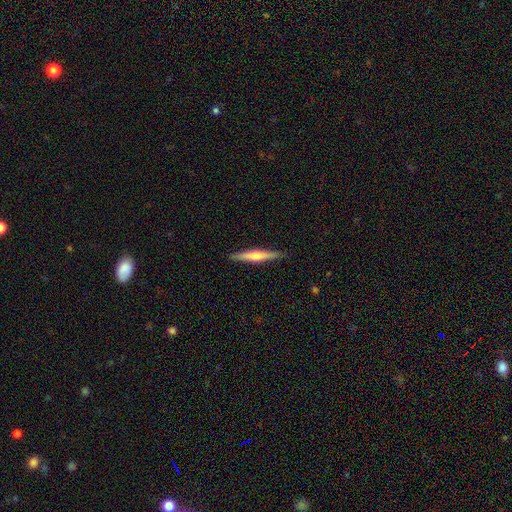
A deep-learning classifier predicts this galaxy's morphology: Smooth or featured? featured or disk (56%)
Edge-on disk? yes (97%)
Edge-on bulge? rounded (71%)
Merging? none (90%)